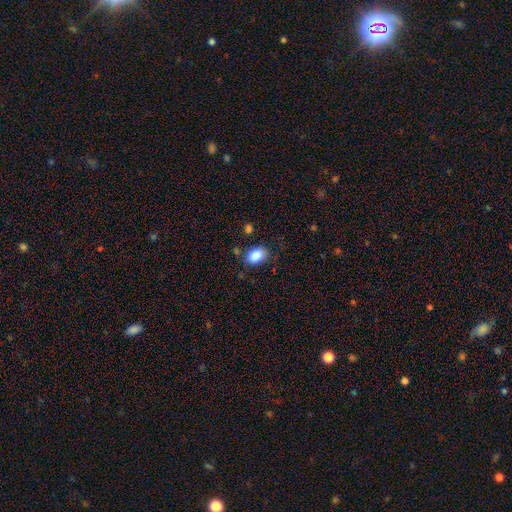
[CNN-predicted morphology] Smooth or featured: smooth — 87% (star or artifact — 8%)
How rounded: in between — 79% (round — 20%)
Merging: none — 76% (minor disturbance — 16%)